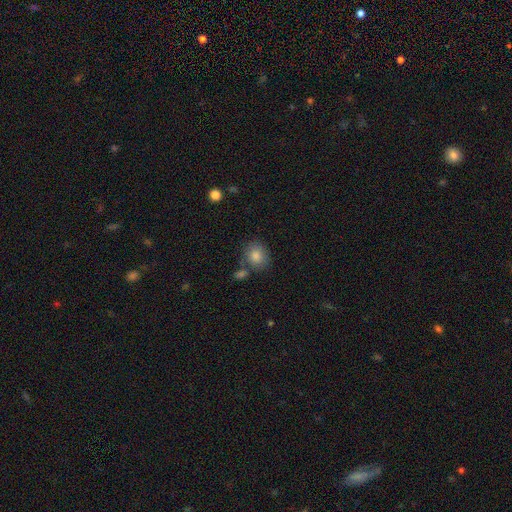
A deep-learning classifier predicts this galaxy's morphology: Smooth or featured? smooth (83%)
How rounded? round (65%)
Merging? none (69%)